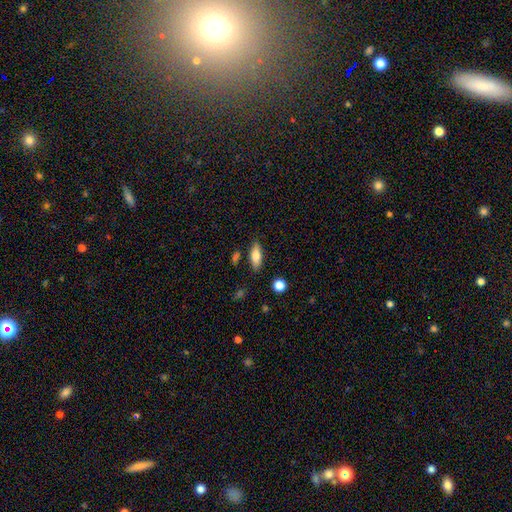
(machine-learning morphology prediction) Overall: smooth (76%). How rounded: in between (74%). Merging: none (82%).